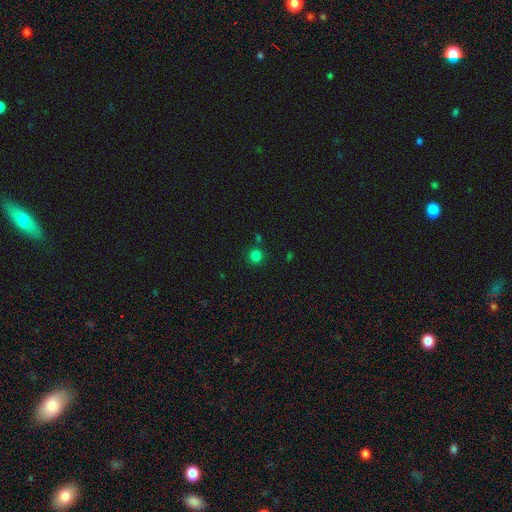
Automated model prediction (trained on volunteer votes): A smooth galaxy with no disk features (80%) that is round (93%).

Vote fractions:
- Smooth or featured? smooth: 80% / star or artifact: 16% / featured or disk: 4%
- How rounded? round: 93% / in between: 7% / cigar-shaped: 1%
- Merging? none: 85% / minor disturbance: 7% / merger: 5% / major disturbance: 2%